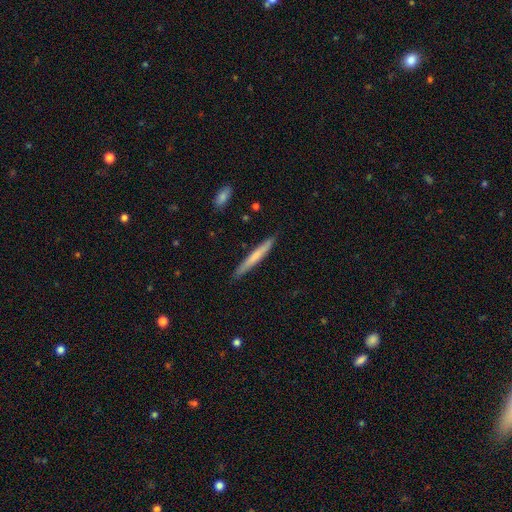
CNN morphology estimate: smooth-or-featured: smooth: 63% | featured or disk: 31% | star or artifact: 5%
  how-rounded: cigar-shaped: 96% | in between: 3% | round: 1%
  merging: none: 88% | minor disturbance: 9% | major disturbance: 2% | merger: 1%